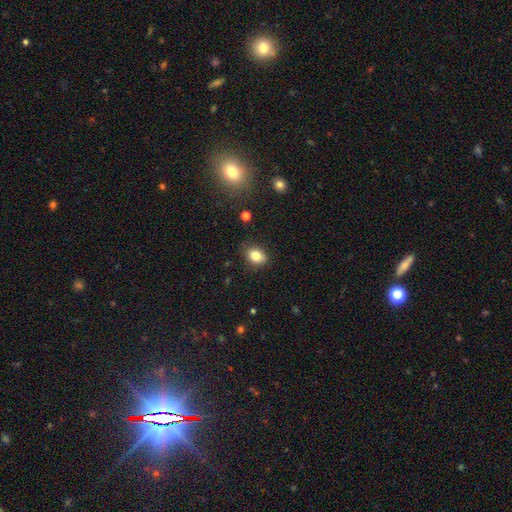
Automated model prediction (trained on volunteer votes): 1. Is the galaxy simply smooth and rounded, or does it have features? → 81% smooth, 11% star or artifact, 8% featured or disk.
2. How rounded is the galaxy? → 68% in between, 31% round, 1% cigar-shaped.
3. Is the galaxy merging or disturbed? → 81% none, 14% minor disturbance, 3% major disturbance, 1% merger.